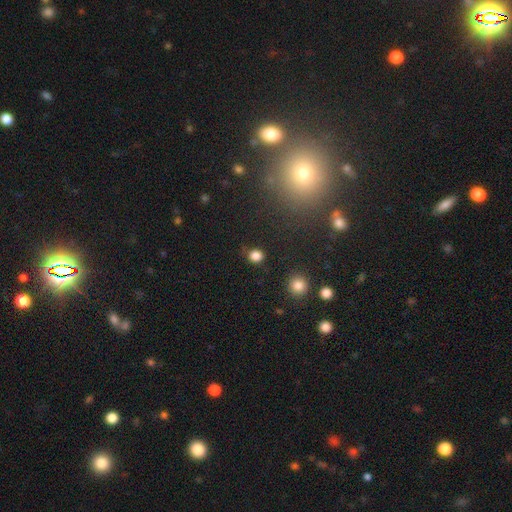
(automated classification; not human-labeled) smooth 82%, star or artifact 14%, featured or disk 4%. Down the decision tree: how rounded — round (73%); merging — none (81%).